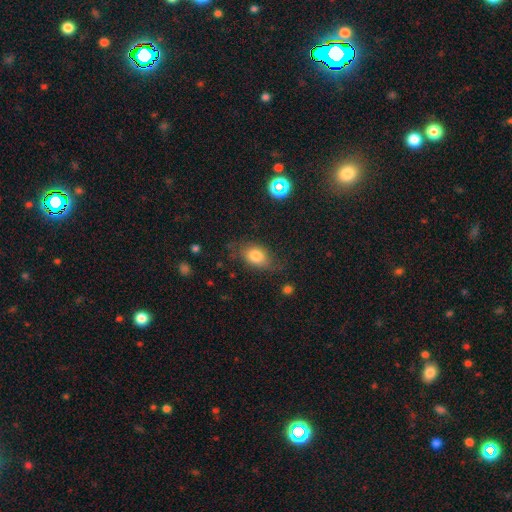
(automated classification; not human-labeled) Q: Smooth or featured?
A: smooth (77%); runner-up: featured or disk (13%)
Q: How rounded?
A: in between (81%); runner-up: round (17%)
Q: Merging?
A: none (67%); runner-up: minor disturbance (22%)